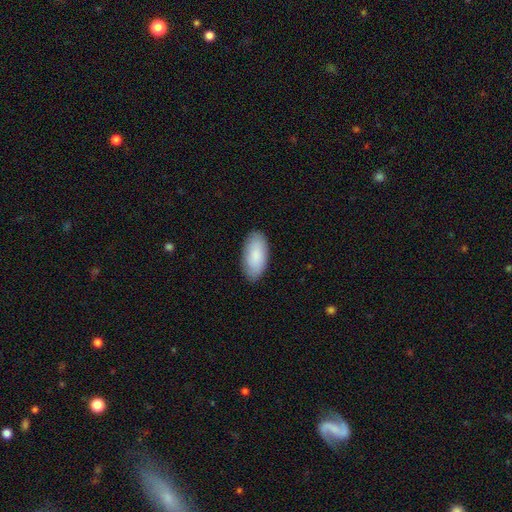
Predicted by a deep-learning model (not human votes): Smooth or featured? smooth (87%)
How rounded? in between (94%)
Merging? none (87%)